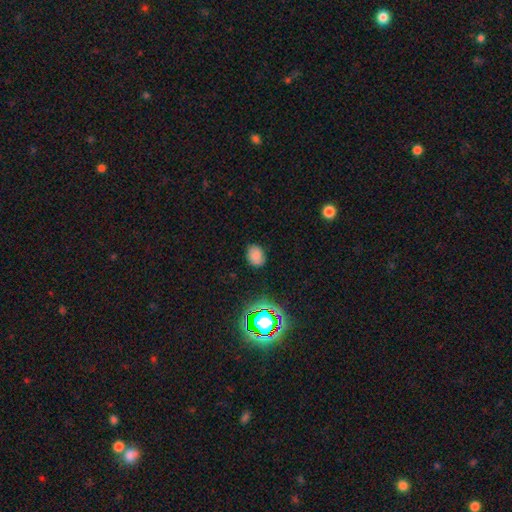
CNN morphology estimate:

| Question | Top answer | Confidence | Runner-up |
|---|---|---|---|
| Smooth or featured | smooth | 78% | star or artifact (15%) |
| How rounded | in between | 66% | round (33%) |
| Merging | none | 81% | minor disturbance (14%) |